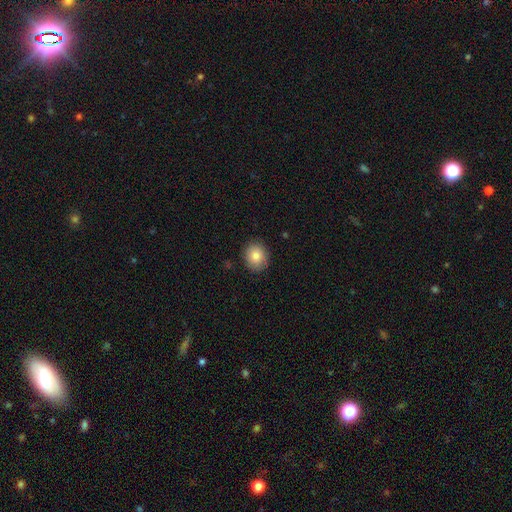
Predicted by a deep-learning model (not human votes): Smooth or featured? Predicted: smooth (p=0.83). How rounded? Predicted: round (p=0.71). Merging? Predicted: none (p=0.86).